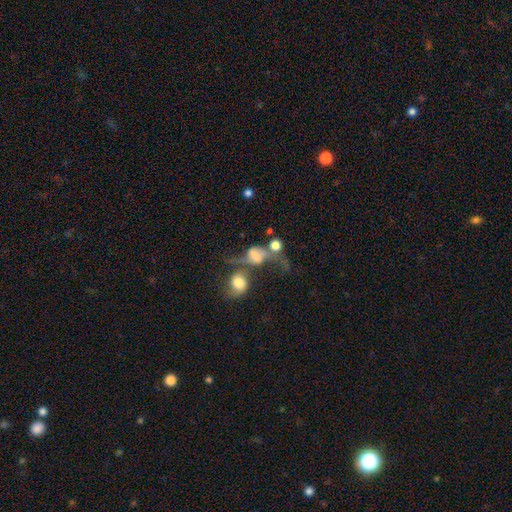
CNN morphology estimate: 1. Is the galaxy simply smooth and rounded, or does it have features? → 50% featured or disk, 37% smooth, 12% star or artifact.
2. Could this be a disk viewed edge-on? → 92% no, 8% yes.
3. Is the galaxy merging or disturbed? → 46% merger, 23% major disturbance, 20% none, 11% minor disturbance.